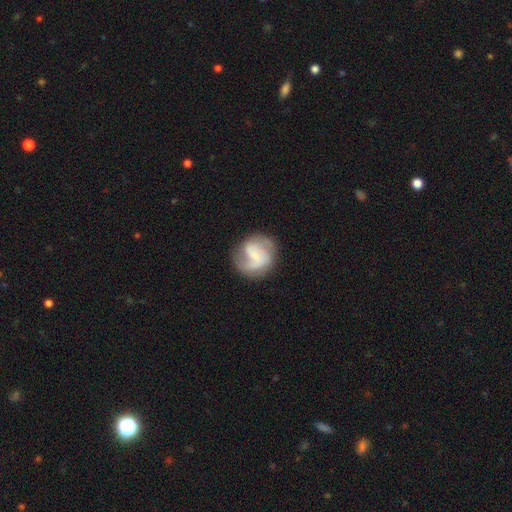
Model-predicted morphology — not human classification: This appears to be a featured or disk galaxy (65%) with a weak bar (47%), 2 (61%) medium (45%) spiral arms (89%) and a small central bulge (52%). Merging: none (67%).